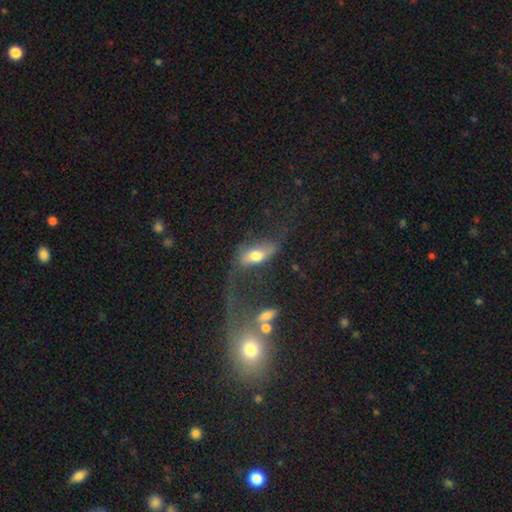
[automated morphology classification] Smooth or featured? smooth (52%)
How rounded? in between (77%)
Merging? major disturbance (36%)